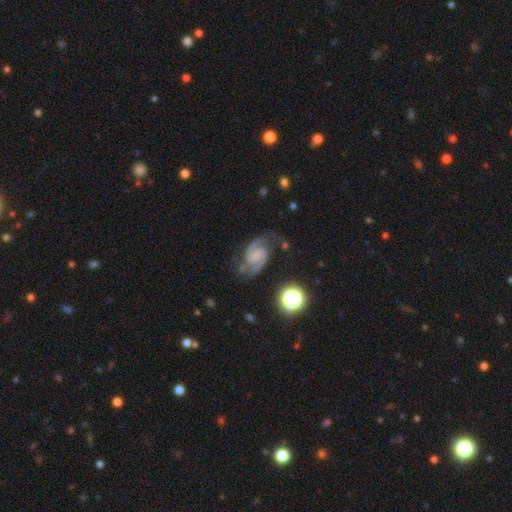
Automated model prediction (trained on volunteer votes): A featured or disk galaxy (90%) with no bar (50%), 2 (93%) medium (55%) spiral arms (98%) and a small central bulge (42%). Merging: none (70%).